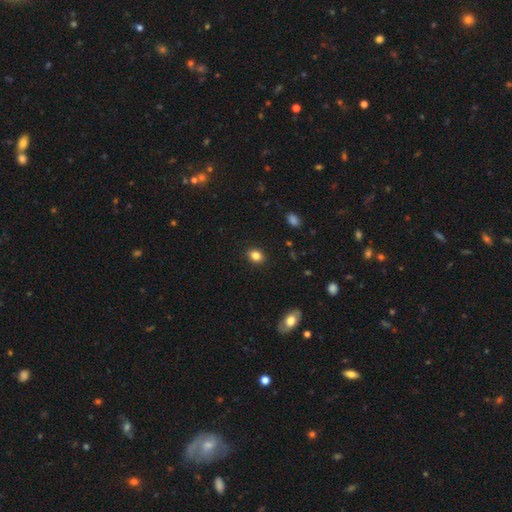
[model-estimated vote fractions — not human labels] Smooth or featured: smooth — 83% (star or artifact — 11%)
How rounded: in between — 52% (round — 47%)
Merging: none — 89% (minor disturbance — 8%)